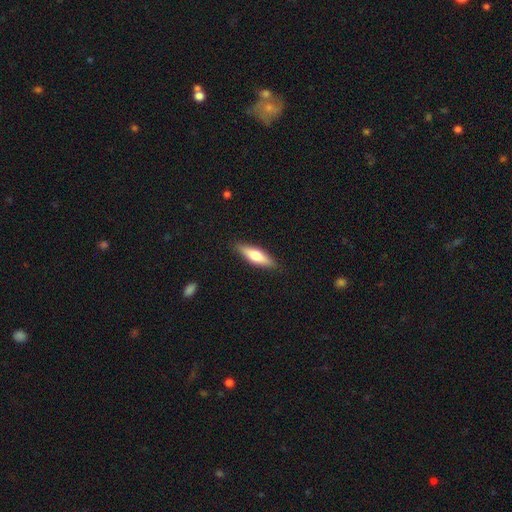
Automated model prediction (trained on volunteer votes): This is likely a smooth galaxy (62%). How rounded: possibly cigar-shaped (60%). Merging: clearly none (88%).